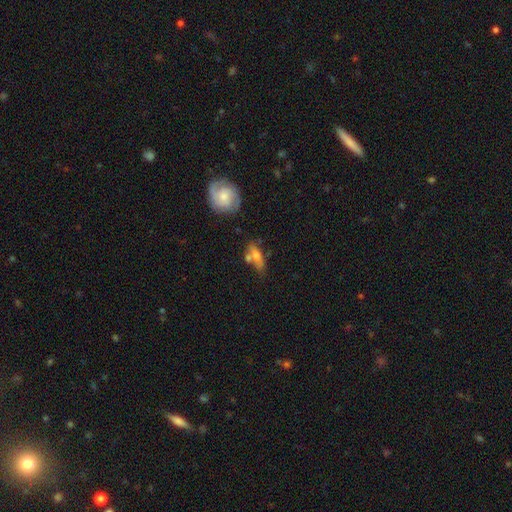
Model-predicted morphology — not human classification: smooth 54%, featured or disk 37%, star or artifact 9%. Down the decision tree: how rounded — in between (55%); merging — none (48%).